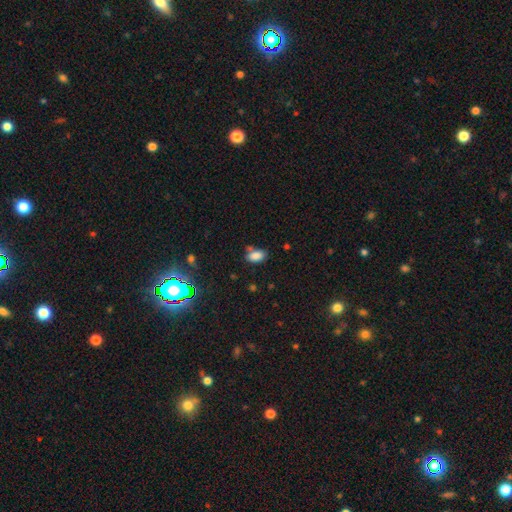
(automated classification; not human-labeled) Q: Smooth or featured?
A: smooth (81%); runner-up: star or artifact (13%)
Q: How rounded?
A: in between (90%); runner-up: round (8%)
Q: Merging?
A: none (63%); runner-up: minor disturbance (20%)